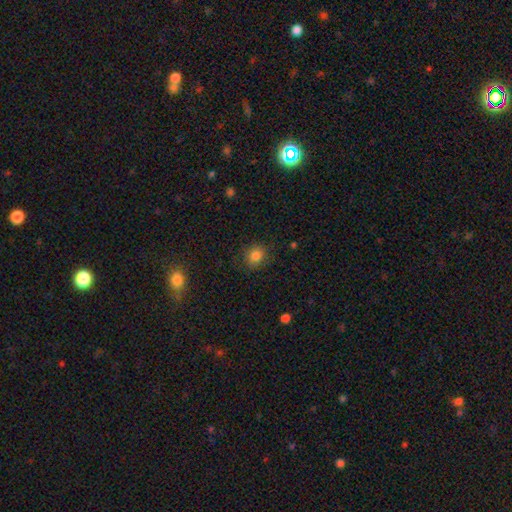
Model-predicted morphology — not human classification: A smooth galaxy with no disk features (83%) that is round (76%).

Vote fractions:
- Smooth or featured? smooth: 83% / star or artifact: 12% / featured or disk: 5%
- How rounded? round: 76% / in between: 23% / cigar-shaped: 1%
- Merging? none: 84% / minor disturbance: 11% / major disturbance: 3% / merger: 1%